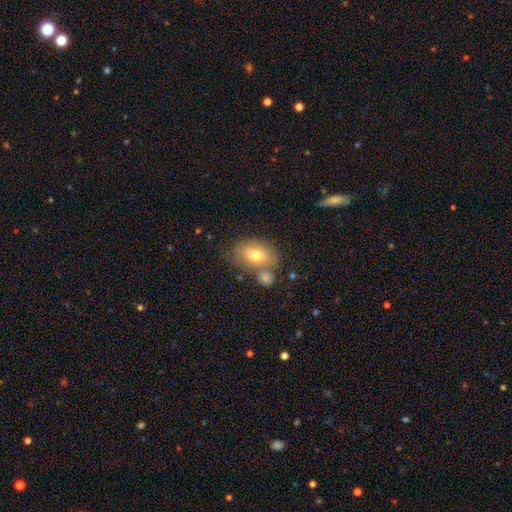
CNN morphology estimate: Smooth or featured: smooth — 72% (featured or disk — 19%)
How rounded: in between — 79% (round — 19%)
Merging: none — 59% (merger — 21%)